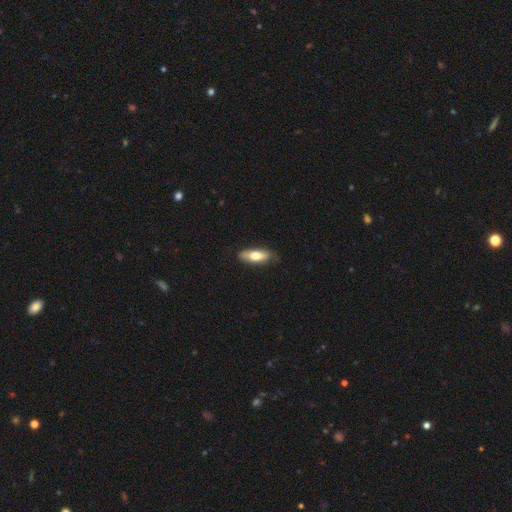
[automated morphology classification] smooth-or-featured: smooth: 71% | featured or disk: 24% | star or artifact: 6%
  how-rounded: in between: 63% | cigar-shaped: 35% | round: 2%
  merging: none: 80% | minor disturbance: 16% | major disturbance: 3% | merger: 1%